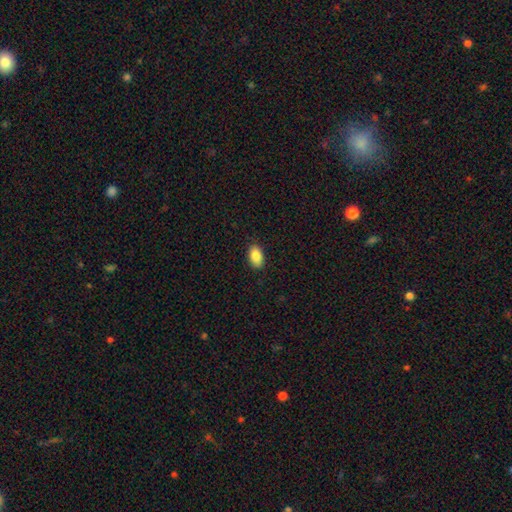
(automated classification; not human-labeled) smooth-or-featured: smooth: 86% | star or artifact: 7% | featured or disk: 6%
  how-rounded: in between: 92% | round: 6% | cigar-shaped: 2%
  merging: none: 88% | minor disturbance: 9% | major disturbance: 2% | merger: 1%